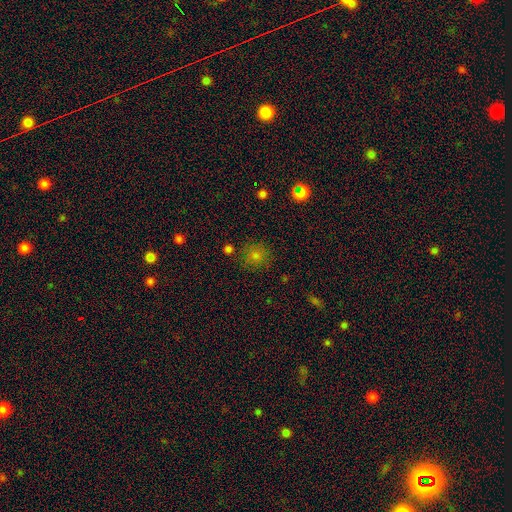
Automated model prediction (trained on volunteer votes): Smooth or featured: smooth — 70% (star or artifact — 22%)
How rounded: round — 90% (in between — 9%)
Merging: none — 84% (minor disturbance — 10%)